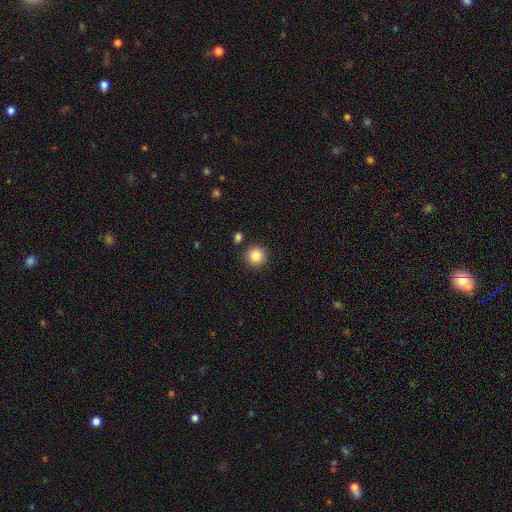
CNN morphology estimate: smooth 86%, star or artifact 10%, featured or disk 5%. Down the decision tree: how rounded — round (94%); merging — none (87%).